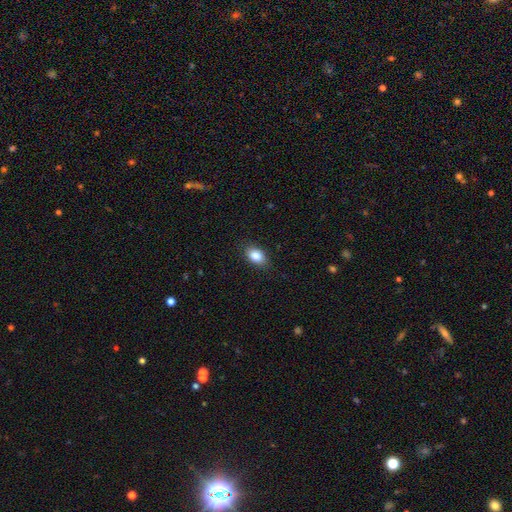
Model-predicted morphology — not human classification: type=smooth (86%); roundness=in between (87%); merging=none (85%).